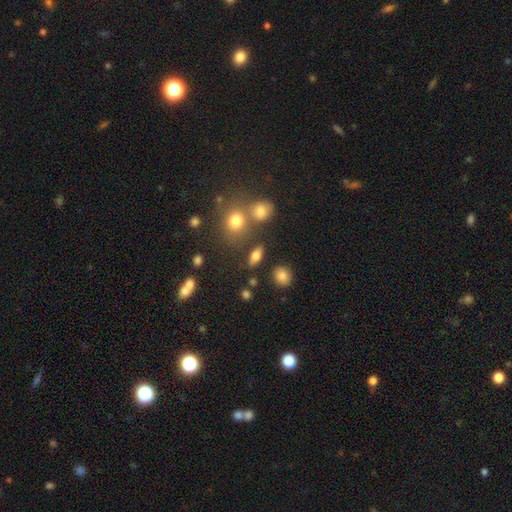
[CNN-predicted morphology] type=smooth (69%); roundness=in between (68%); merging=none (72%).